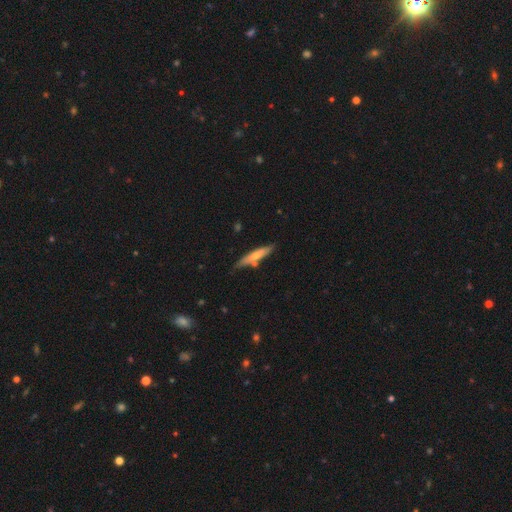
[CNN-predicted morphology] Smooth or featured: smooth — 54% (featured or disk — 40%)
How rounded: cigar-shaped — 87% (in between — 11%)
Merging: none — 72% (minor disturbance — 17%)